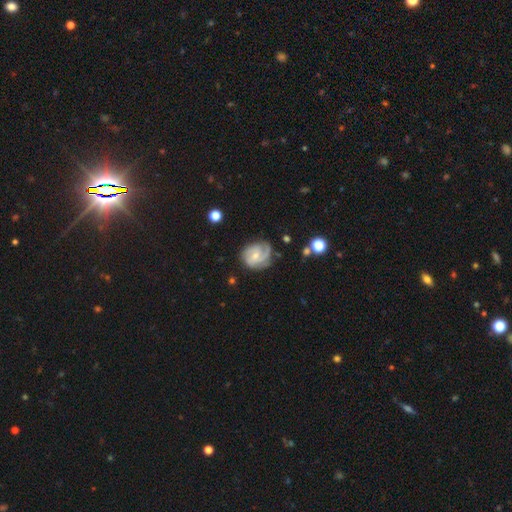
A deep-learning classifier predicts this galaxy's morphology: Smooth or featured? Predicted: featured or disk (p=0.82). Edge-on disk? Predicted: no (p=0.98). Bar? Predicted: no (p=0.49). Spiral arms? Predicted: yes (p=0.96). Spiral winding? Predicted: tight (p=0.47). Spiral arm count? Predicted: 2 (p=0.39). Bulge size? Predicted: small (p=0.60). Merging? Predicted: none (p=0.66).